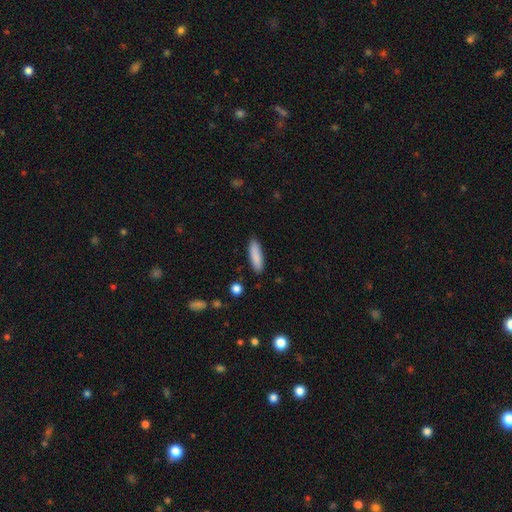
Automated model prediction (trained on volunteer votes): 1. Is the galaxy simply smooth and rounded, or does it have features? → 88% smooth, 6% featured or disk, 6% star or artifact.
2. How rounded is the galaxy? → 57% cigar-shaped, 42% in between, 1% round.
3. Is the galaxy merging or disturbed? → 87% none, 9% minor disturbance, 2% major disturbance, 1% merger.